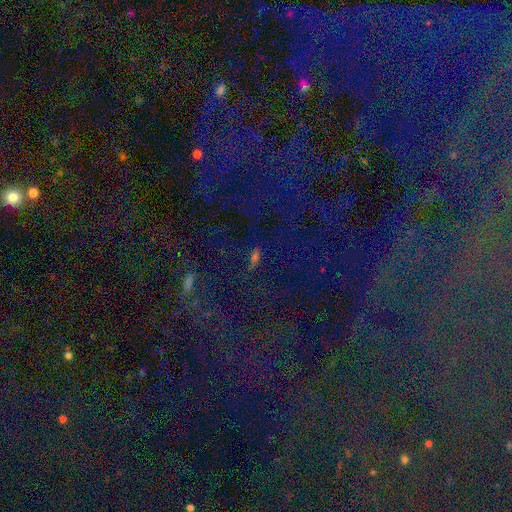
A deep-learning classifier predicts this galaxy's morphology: This is likely a star or artifact rather than a galaxy (75%).